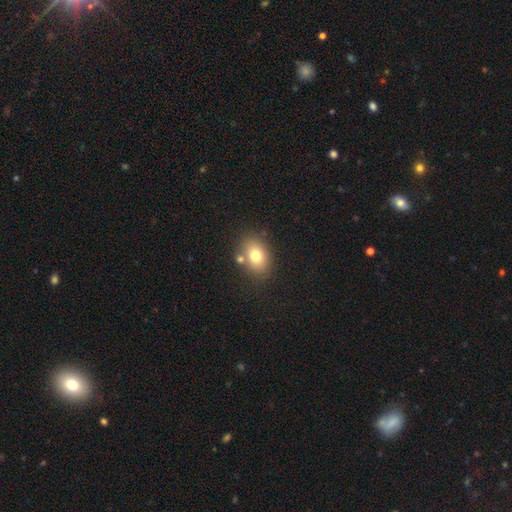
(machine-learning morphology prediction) Overall: smooth (75%). How rounded: in between (70%). Merging: none (72%).